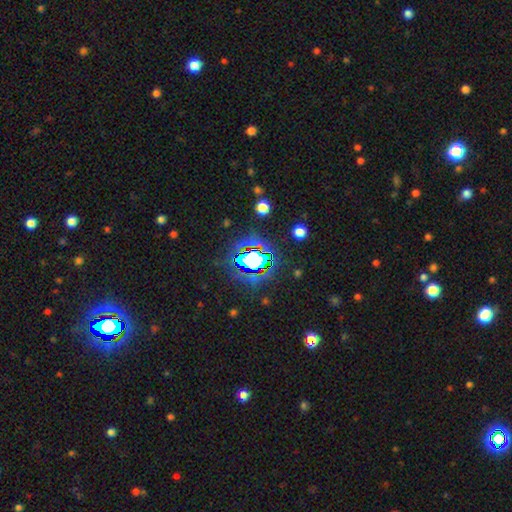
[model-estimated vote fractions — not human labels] smooth-or-featured: star or artifact: 65% | smooth: 23% | featured or disk: 12%